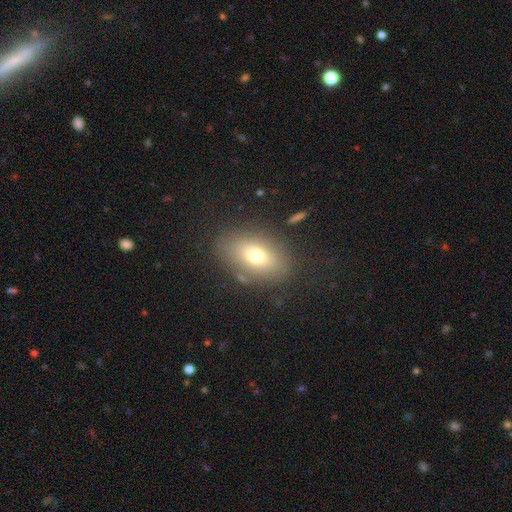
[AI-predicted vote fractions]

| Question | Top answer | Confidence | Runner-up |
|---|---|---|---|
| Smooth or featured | smooth | 70% | featured or disk (18%) |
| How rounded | in between | 83% | round (15%) |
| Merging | none | 78% | minor disturbance (12%) |